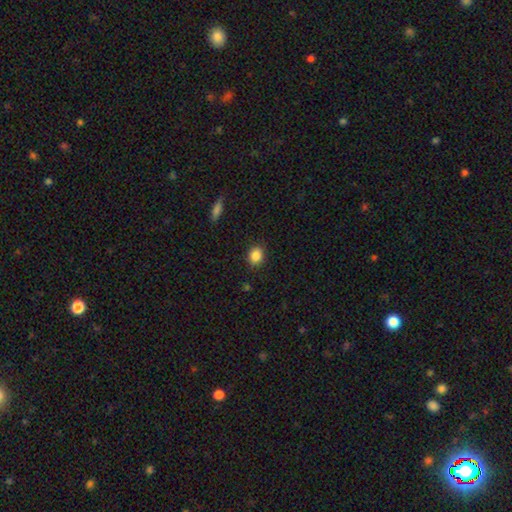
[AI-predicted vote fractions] Smooth or featured: smooth — 86% (star or artifact — 9%)
How rounded: round — 58% (in between — 41%)
Merging: none — 87% (minor disturbance — 9%)